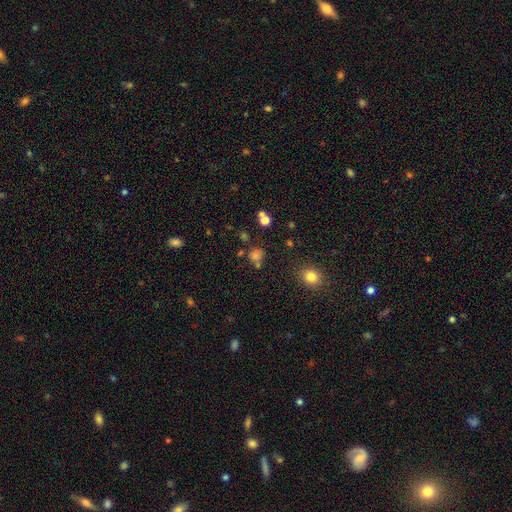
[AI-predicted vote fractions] Q: Smooth or featured?
A: smooth (72%); runner-up: star or artifact (20%)
Q: How rounded?
A: round (81%); runner-up: in between (18%)
Q: Merging?
A: none (65%); runner-up: merger (16%)